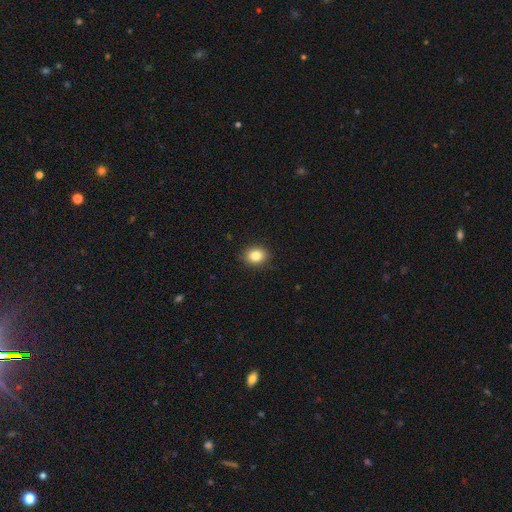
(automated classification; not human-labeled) The model was most divided on "how rounded": round: 54%, in between: 45%, cigar-shaped: 1%. More confident: merging — none (89%); smooth or featured — smooth (85%).